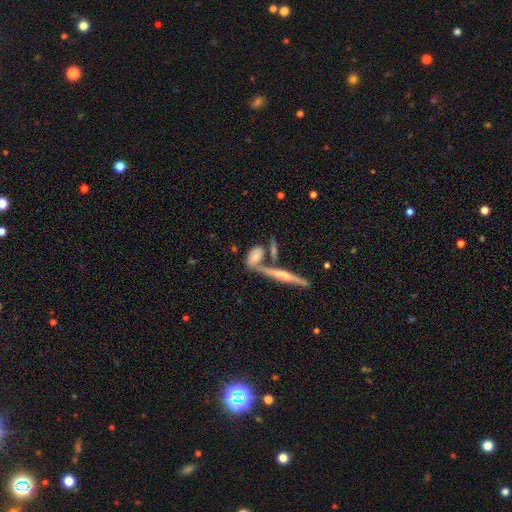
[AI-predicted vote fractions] Q: Smooth or featured?
A: smooth (57%); runner-up: featured or disk (36%)
Q: How rounded?
A: in between (64%); runner-up: cigar-shaped (29%)
Q: Merging?
A: merger (40%); runner-up: none (38%)